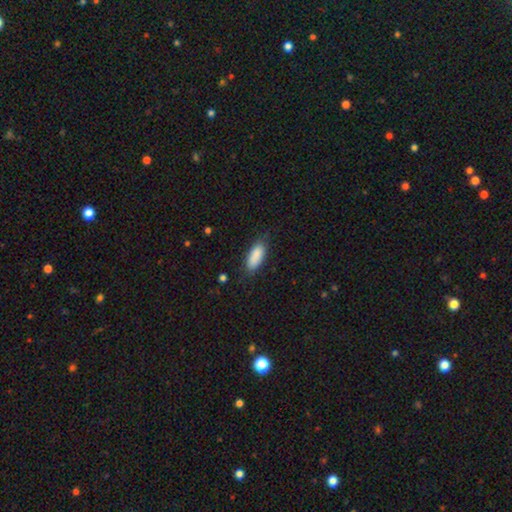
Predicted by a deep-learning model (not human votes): Smooth or featured? smooth (88%)
How rounded? in between (81%)
Merging? none (76%)